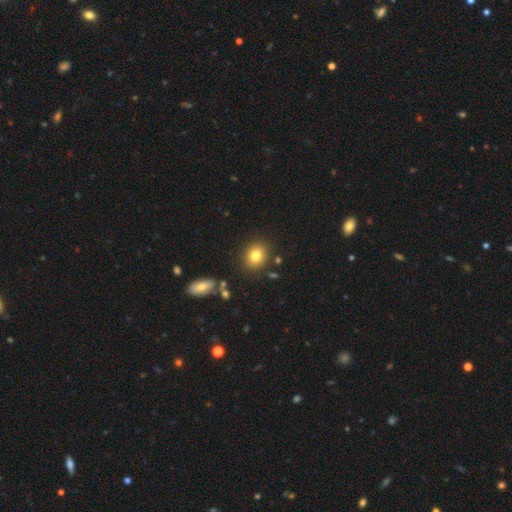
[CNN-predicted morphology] smooth 79%, star or artifact 11%, featured or disk 9%. Down the decision tree: how rounded — round (68%); merging — none (84%).